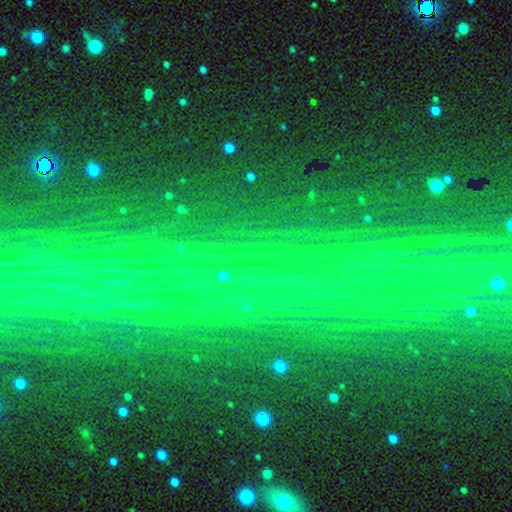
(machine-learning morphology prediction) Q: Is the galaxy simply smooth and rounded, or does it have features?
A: star or artifact — 86%.